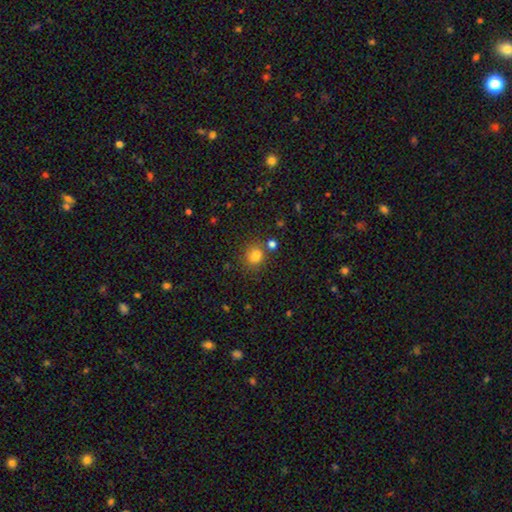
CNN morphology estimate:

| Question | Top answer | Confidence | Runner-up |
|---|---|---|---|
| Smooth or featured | smooth | 80% | star or artifact (14%) |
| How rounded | round | 74% | in between (25%) |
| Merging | none | 69% | merger (14%) |